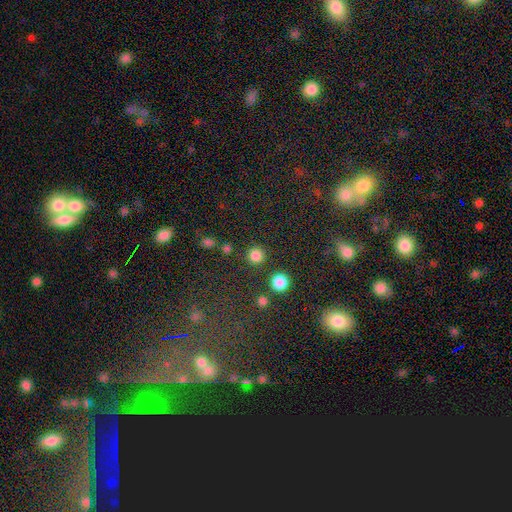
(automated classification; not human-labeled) smooth-or-featured: smooth: 82% | star or artifact: 14% | featured or disk: 4%
  how-rounded: round: 94% | in between: 5% | cigar-shaped: 1%
  merging: none: 86% | minor disturbance: 6% | merger: 5% | major disturbance: 3%